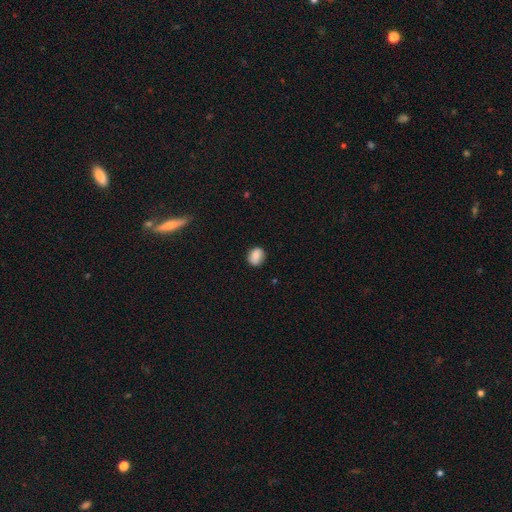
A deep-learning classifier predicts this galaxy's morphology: Smooth or featured? smooth (80%)
How rounded? round (64%)
Merging? none (84%)